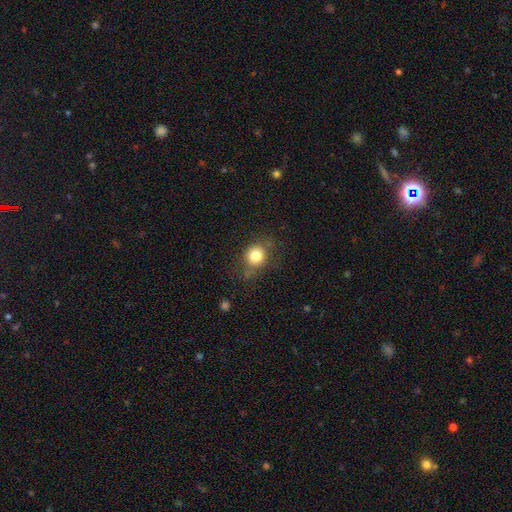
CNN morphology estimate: smooth 80%, star or artifact 11%, featured or disk 9%. Down the decision tree: how rounded — round (74%); merging — none (68%).